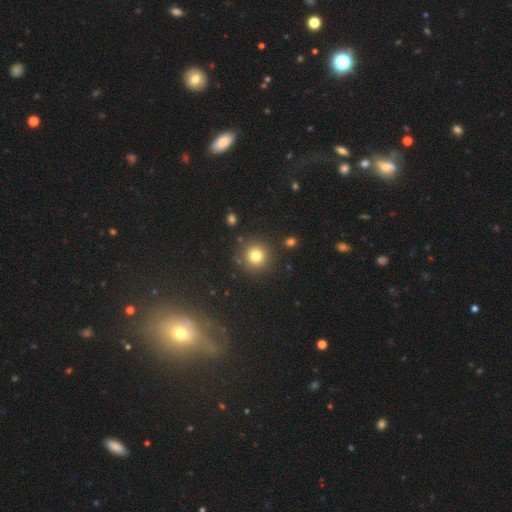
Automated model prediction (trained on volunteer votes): Smooth or featured: smooth — 78% (star or artifact — 14%)
How rounded: round — 95% (in between — 5%)
Merging: none — 88% (minor disturbance — 6%)